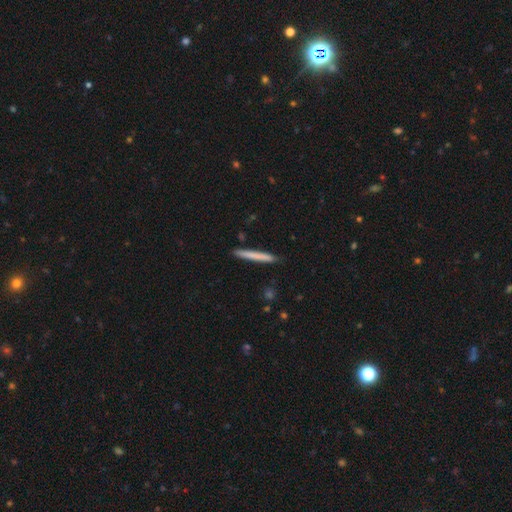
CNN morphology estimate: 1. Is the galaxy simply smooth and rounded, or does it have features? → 72% smooth, 23% featured or disk, 5% star or artifact.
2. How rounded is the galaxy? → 97% cigar-shaped, 2% in between, 1% round.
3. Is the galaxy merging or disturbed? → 90% none, 8% minor disturbance, 1% major disturbance, 1% merger.